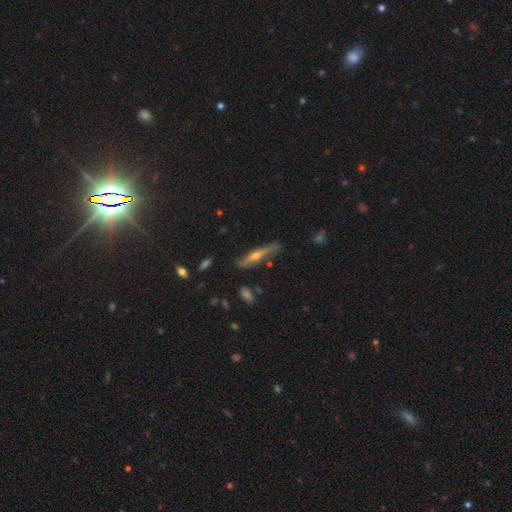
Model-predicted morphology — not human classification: Q: Smooth or featured?
A: featured or disk (63%); runner-up: smooth (29%)
Q: Edge-on disk?
A: yes (92%); runner-up: no (8%)
Q: Edge-on bulge?
A: rounded (87%); runner-up: none (10%)
Q: Merging?
A: none (77%); runner-up: minor disturbance (17%)